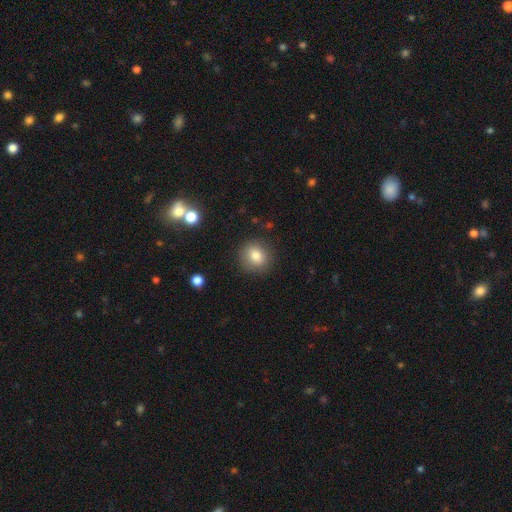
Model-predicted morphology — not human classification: Smooth or featured? smooth (80%)
How rounded? round (81%)
Merging? none (87%)